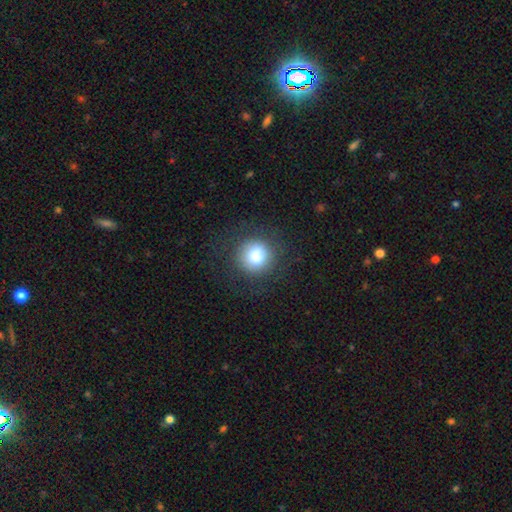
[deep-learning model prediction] Morphology: type=smooth (79%); roundness=round (92%); merging=none (82%).